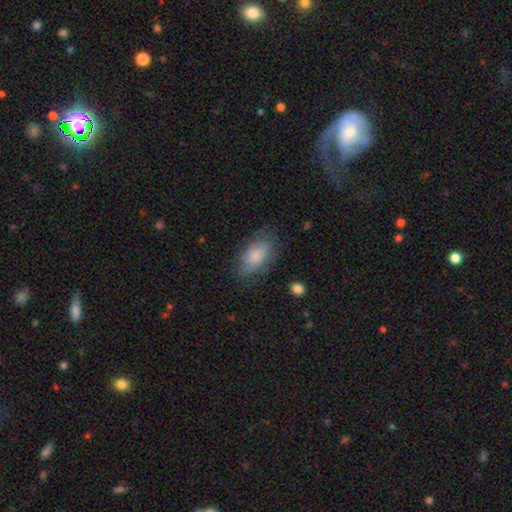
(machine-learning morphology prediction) Smooth or featured? Predicted: smooth (p=0.75). How rounded? Predicted: in between (p=0.92). Merging? Predicted: none (p=0.68).